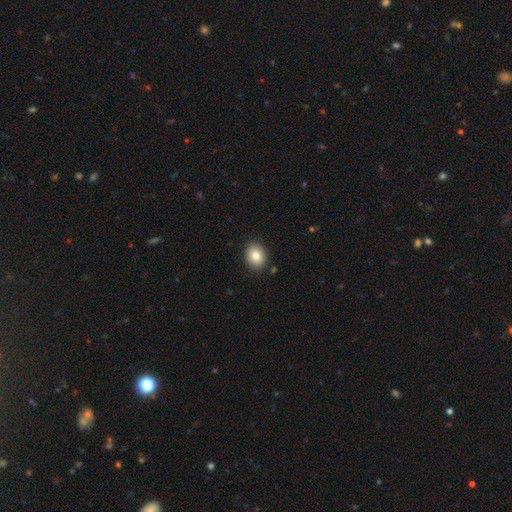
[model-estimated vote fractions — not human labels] The model was most divided on "how rounded": in between: 56%, round: 43%, cigar-shaped: 1%. More confident: merging — none (88%); smooth or featured — smooth (84%).